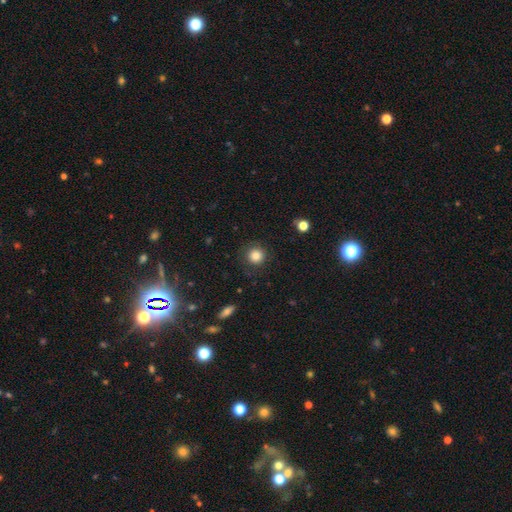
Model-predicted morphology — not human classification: Smooth or featured? smooth (84%)
How rounded? round (93%)
Merging? none (84%)